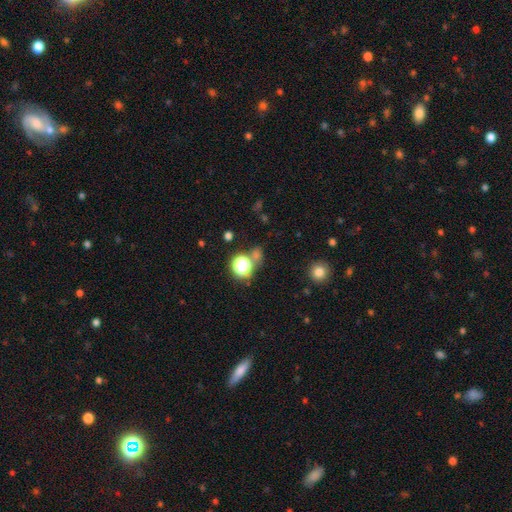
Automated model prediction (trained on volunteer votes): Smooth or featured? star or artifact (52%)